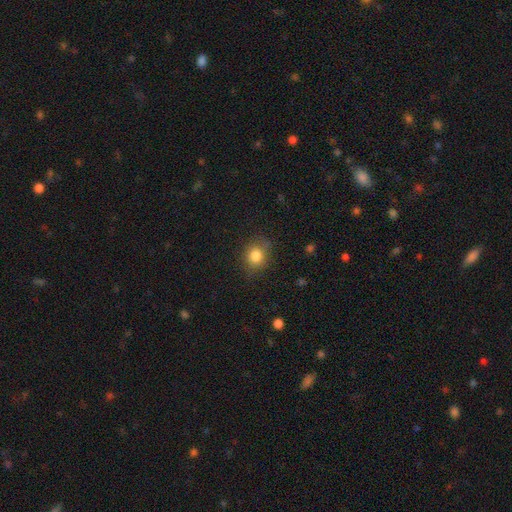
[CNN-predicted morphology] smooth 82%, star or artifact 11%, featured or disk 7%. Down the decision tree: how rounded — round (67%); merging — none (79%).